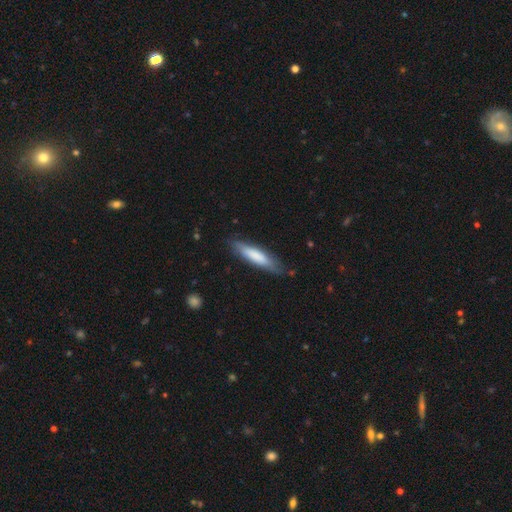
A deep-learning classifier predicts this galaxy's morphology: Smooth or featured?
  - smooth: 73% *
  - featured or disk: 22%
  - star or artifact: 5%
How rounded?
  - cigar-shaped: 78% *
  - in between: 20%
  - round: 1%
Merging?
  - none: 79% *
  - minor disturbance: 16%
  - major disturbance: 3%
  - merger: 1%